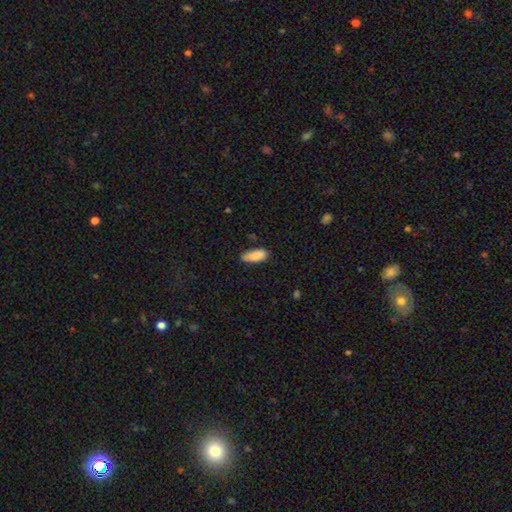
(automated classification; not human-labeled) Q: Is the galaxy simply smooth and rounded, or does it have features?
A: smooth — 88%.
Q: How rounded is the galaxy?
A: in between — 77%.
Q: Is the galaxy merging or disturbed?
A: none — 75%.